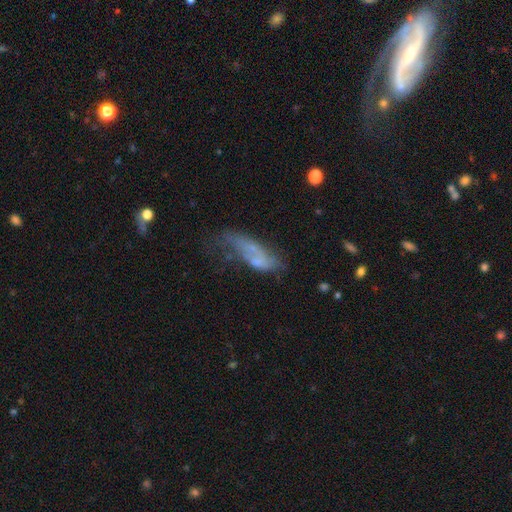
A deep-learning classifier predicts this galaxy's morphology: Smooth or featured?
  - smooth: 45% *
  - featured or disk: 43%
  - star or artifact: 12%
Merging?
  - major disturbance: 38% *
  - none: 25%
  - minor disturbance: 21%
  - merger: 16%